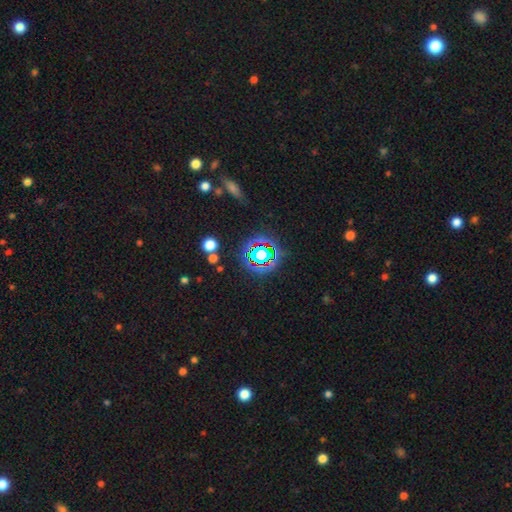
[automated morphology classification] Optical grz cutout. It shows a star or artifact, not a galaxy (66%).